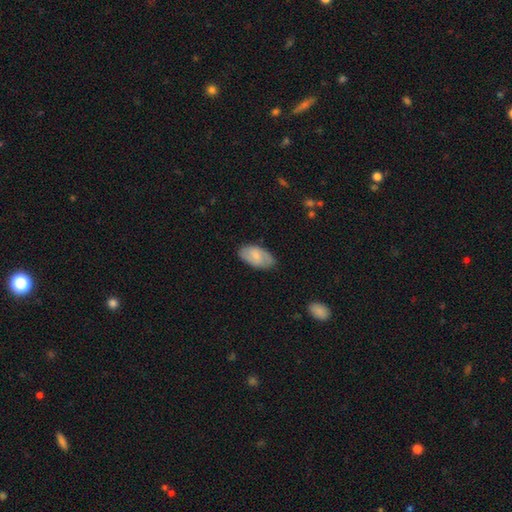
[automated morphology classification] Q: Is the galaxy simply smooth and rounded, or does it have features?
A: smooth — 65%.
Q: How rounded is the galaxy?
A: in between — 94%.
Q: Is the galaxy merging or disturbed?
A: none — 80%.